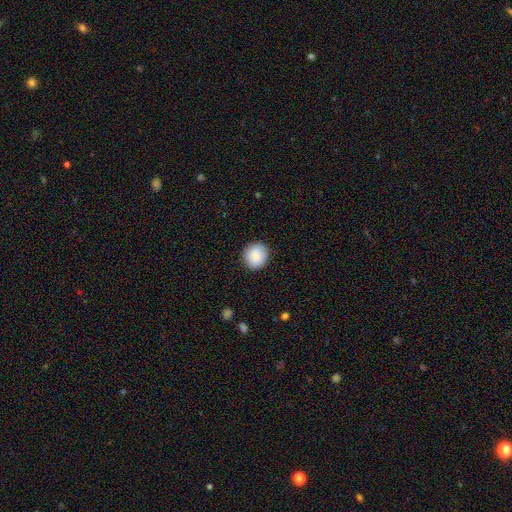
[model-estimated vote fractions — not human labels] This appears to be a smooth galaxy with no disk features (88%) that is round (89%). Merging: none (90%).